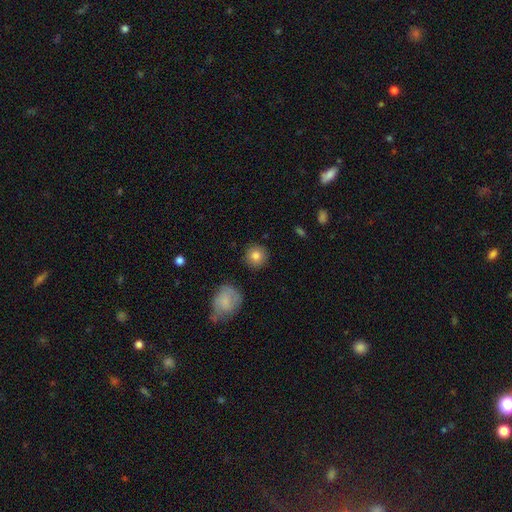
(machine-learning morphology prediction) This appears to be a smooth galaxy with no disk features (83%) that is round (93%). Merging: none (87%).